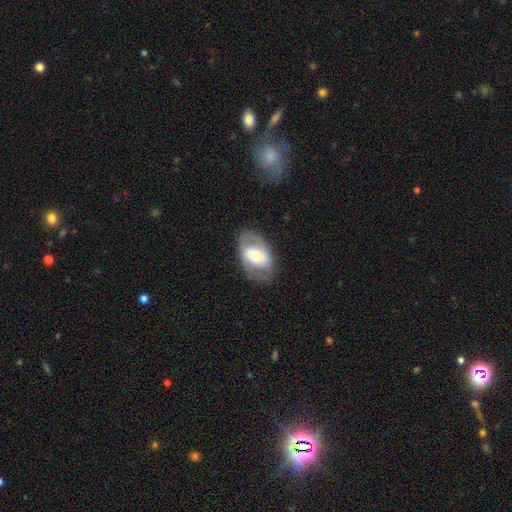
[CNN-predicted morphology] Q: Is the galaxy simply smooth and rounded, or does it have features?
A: featured or disk — 50%.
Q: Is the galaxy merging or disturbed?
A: none — 74%.